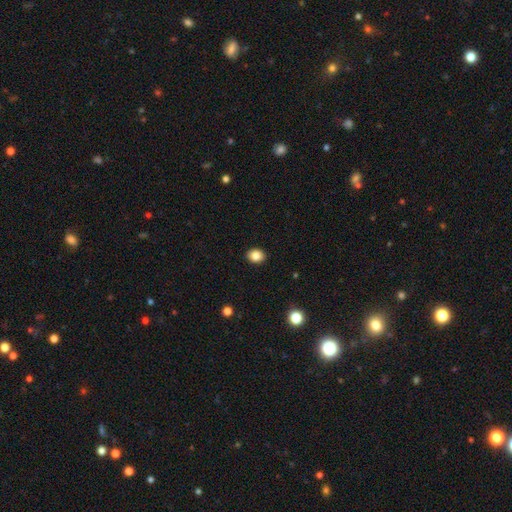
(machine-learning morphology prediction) This is clearly a smooth galaxy (85%). How rounded: possibly in between (50%). Merging: clearly none (91%).